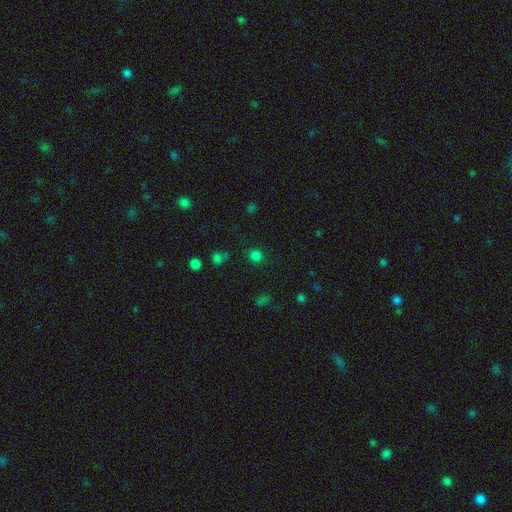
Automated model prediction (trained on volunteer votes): This is likely a smooth galaxy (77%). How rounded: clearly round (91%). Merging: clearly none (85%).